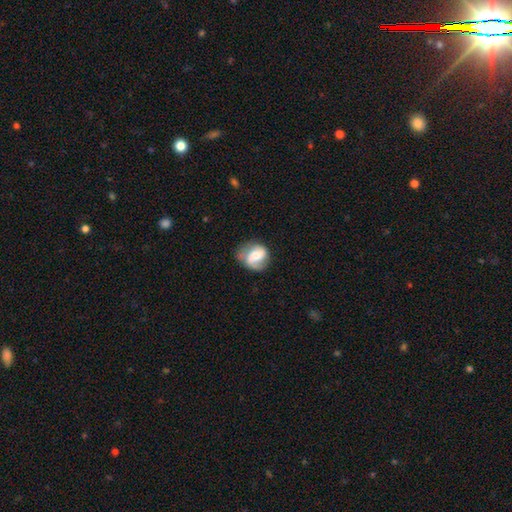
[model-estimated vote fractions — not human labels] Smooth or featured: featured or disk — 56% (smooth — 37%)
Edge-on disk: no — 97% (yes — 3%)
Bar: no — 43% (weak — 40%)
Spiral arms: yes — 86% (no — 14%)
Bulge size: moderate — 45% (small — 26%)
Merging: none — 55% (minor disturbance — 27%)